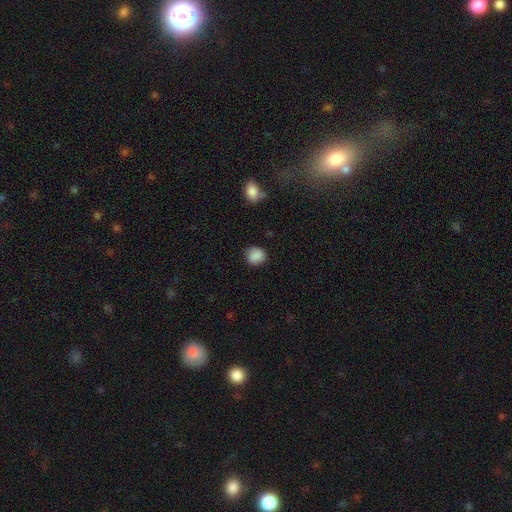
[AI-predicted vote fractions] A smooth galaxy with no disk features (87%) that is round (75%).

Vote fractions:
- Smooth or featured? smooth: 87% / star or artifact: 8% / featured or disk: 5%
- How rounded? round: 75% / in between: 24% / cigar-shaped: 1%
- Merging? none: 81% / minor disturbance: 14% / major disturbance: 3% / merger: 2%